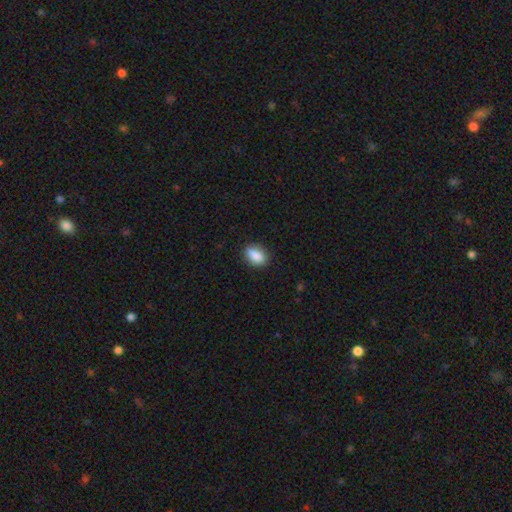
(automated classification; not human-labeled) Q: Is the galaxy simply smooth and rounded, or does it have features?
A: smooth — 86%.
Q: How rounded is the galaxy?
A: in between — 82%.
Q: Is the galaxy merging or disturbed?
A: none — 85%.